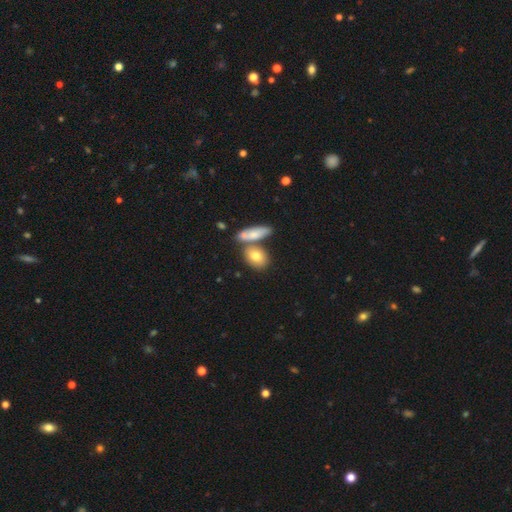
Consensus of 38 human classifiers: smooth_or_featured: smooth (p=0.82) [alt: featured or disk p=0.16]
how_rounded: in between (p=0.77) [alt: round p=0.16]
merging: none (p=0.65) [alt: merger p=0.32]